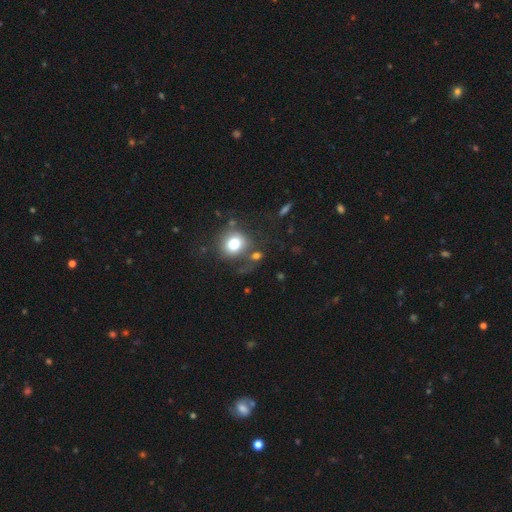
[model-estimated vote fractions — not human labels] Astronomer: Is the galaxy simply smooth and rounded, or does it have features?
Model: smooth — 71%.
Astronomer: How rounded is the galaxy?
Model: round — 83%.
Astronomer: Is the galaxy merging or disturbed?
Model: none — 65%.